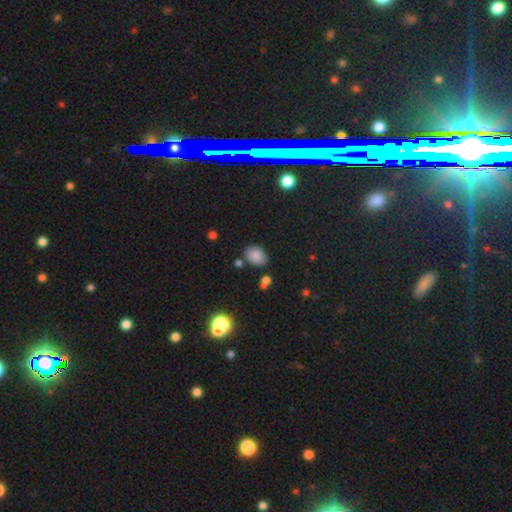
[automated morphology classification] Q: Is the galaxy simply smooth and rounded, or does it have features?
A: smooth — 82%.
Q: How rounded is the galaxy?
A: in between — 73%.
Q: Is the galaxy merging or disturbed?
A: none — 74%.